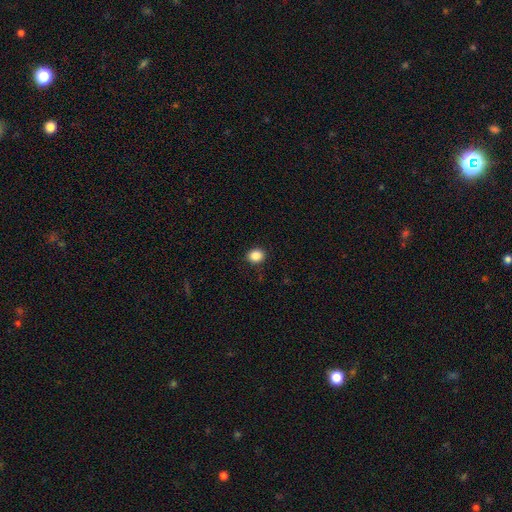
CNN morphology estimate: This appears to be a smooth galaxy with no disk features (87%) that is round (73%). Merging: none (91%).